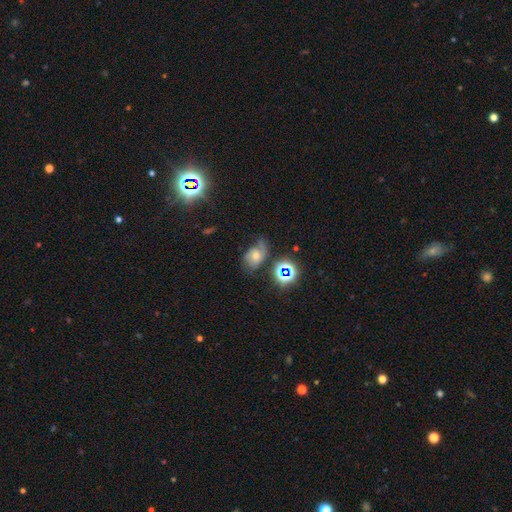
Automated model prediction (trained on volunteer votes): Overall: featured or disk (45%; star or artifact 29%). Merging: none (48%; minor disturbance 27%).